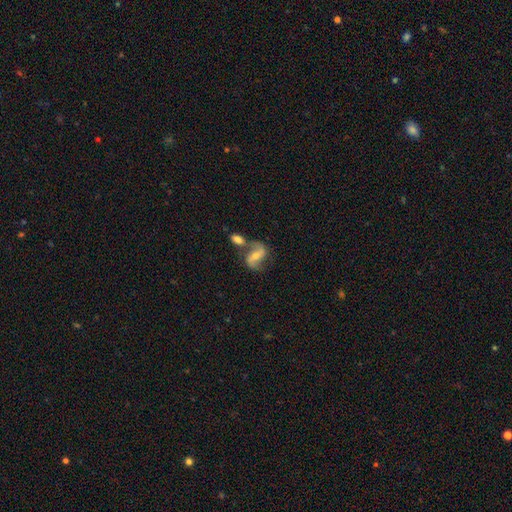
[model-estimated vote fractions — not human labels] Overall: featured or disk (71%). Edge-on disk: no (95%). Bar: weak (37%; strong 33%). Spiral arms: yes (89%). Spiral arm count: 2 (90%). Spiral winding: loose (53%; medium 37%). Bulge size: moderate (49%; small 42%). Merging: none (45%; merger 36%).